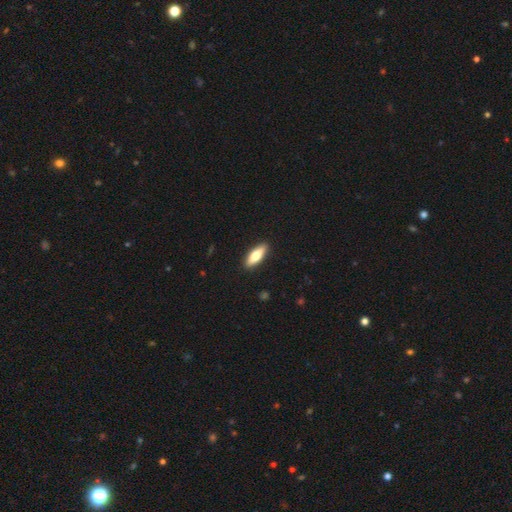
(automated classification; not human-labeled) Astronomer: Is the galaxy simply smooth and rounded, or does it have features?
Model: smooth — 66%.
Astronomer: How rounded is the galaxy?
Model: in between — 51% (runner-up: cigar-shaped, 46%).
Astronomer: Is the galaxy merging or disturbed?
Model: none — 91%.